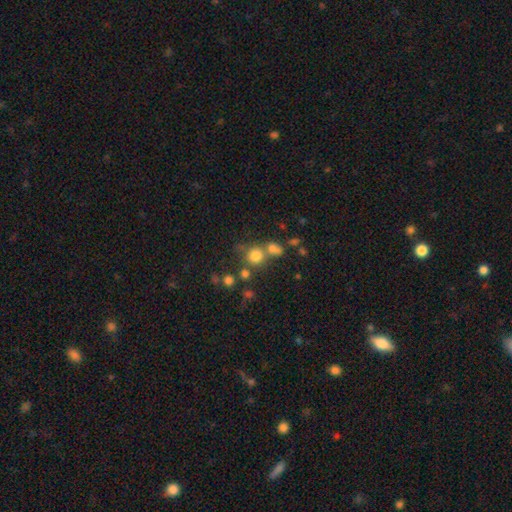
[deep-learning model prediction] A smooth galaxy with no disk features (75%) that is round (88%).

Vote fractions:
- Smooth or featured? smooth: 75% / star or artifact: 15% / featured or disk: 10%
- How rounded? round: 88% / in between: 11% / cigar-shaped: 1%
- Merging? none: 54% / merger: 31% / minor disturbance: 9% / major disturbance: 5%